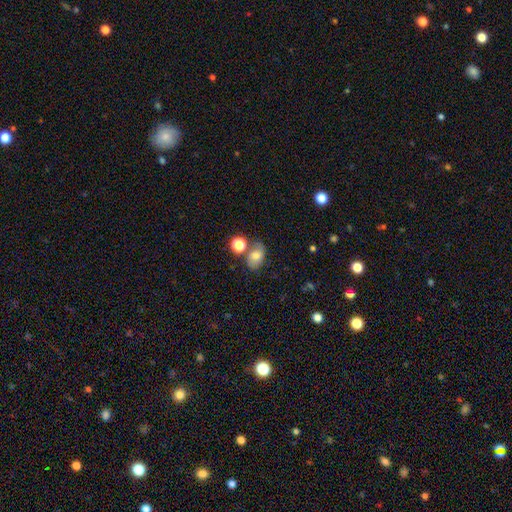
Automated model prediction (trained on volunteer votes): Q: Smooth or featured?
A: smooth (68%); runner-up: featured or disk (20%)
Q: How rounded?
A: in between (73%); runner-up: round (25%)
Q: Merging?
A: none (58%); runner-up: minor disturbance (18%)